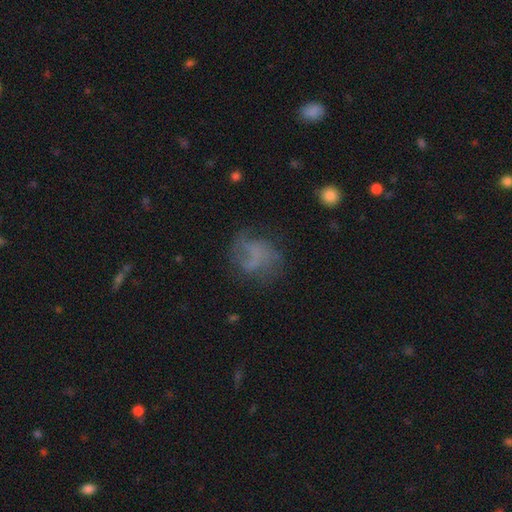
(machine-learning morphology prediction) type=featured or disk (49%); merging=none (49%).